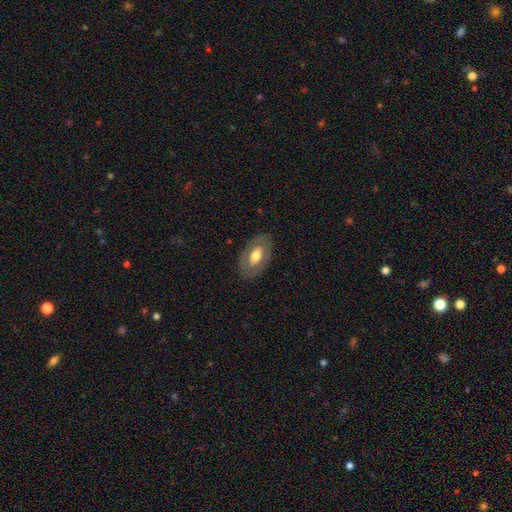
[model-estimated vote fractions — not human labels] This is possibly a smooth galaxy (52%). How rounded: clearly in between (91%). Merging: clearly none (83%).